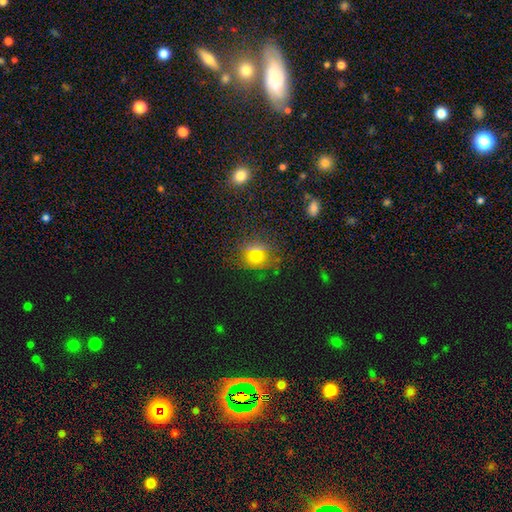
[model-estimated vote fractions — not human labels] Smooth or featured: smooth — 59% (star or artifact — 30%)
How rounded: round — 79% (in between — 19%)
Merging: none — 77% (minor disturbance — 13%)